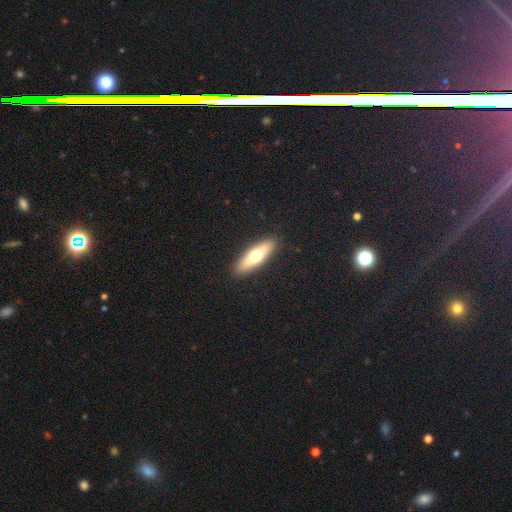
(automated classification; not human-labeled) smooth-or-featured: smooth: 58% | featured or disk: 36% | star or artifact: 6%
  how-rounded: cigar-shaped: 63% | in between: 35% | round: 2%
  merging: none: 91% | minor disturbance: 7% | major disturbance: 2% | merger: 1%